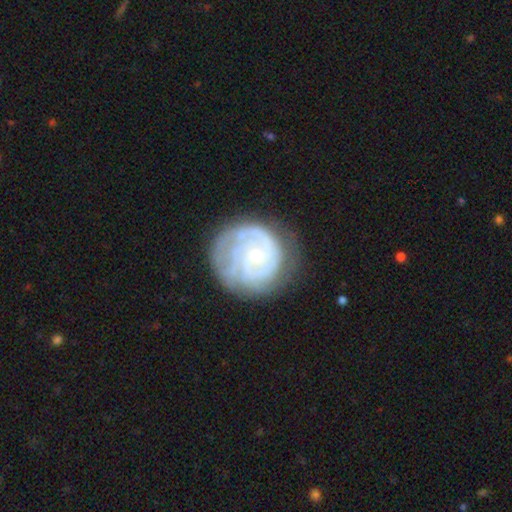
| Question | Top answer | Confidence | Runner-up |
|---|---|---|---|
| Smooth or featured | featured or disk | 78% | smooth (16%) |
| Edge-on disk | no | 97% | yes (3%) |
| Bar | no | 75% | weak (25%) |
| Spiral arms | yes | 86% | no (14%) |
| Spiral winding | medium | 50% | tight (46%) |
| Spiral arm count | can't tell | 33% | 2 (29%) |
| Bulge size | small | 54% | moderate (46%) |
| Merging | none | 60% | major disturbance (34%) |